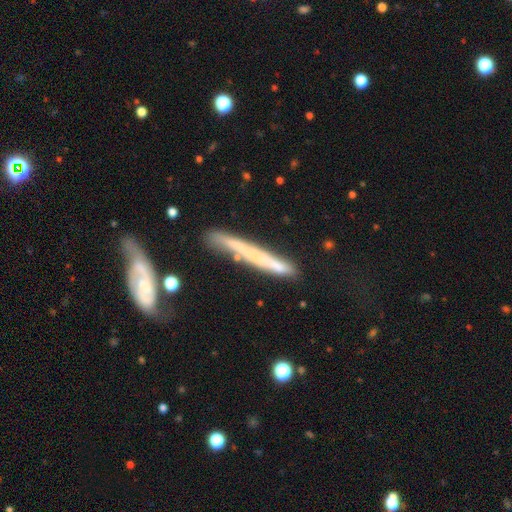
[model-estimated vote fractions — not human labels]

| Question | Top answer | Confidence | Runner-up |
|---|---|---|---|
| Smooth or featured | featured or disk | 50% | smooth (42%) |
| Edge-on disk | yes | 88% | no (12%) |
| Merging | none | 71% | minor disturbance (18%) |